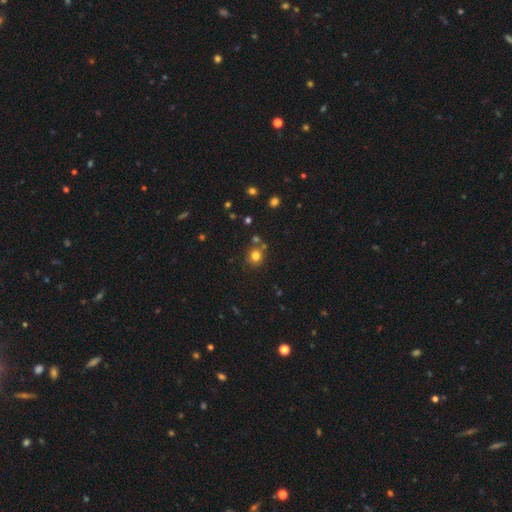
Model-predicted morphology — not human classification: smooth-or-featured: smooth: 78% | star or artifact: 15% | featured or disk: 7%
  how-rounded: round: 87% | in between: 12% | cigar-shaped: 1%
  merging: none: 72% | merger: 14% | minor disturbance: 10% | major disturbance: 3%